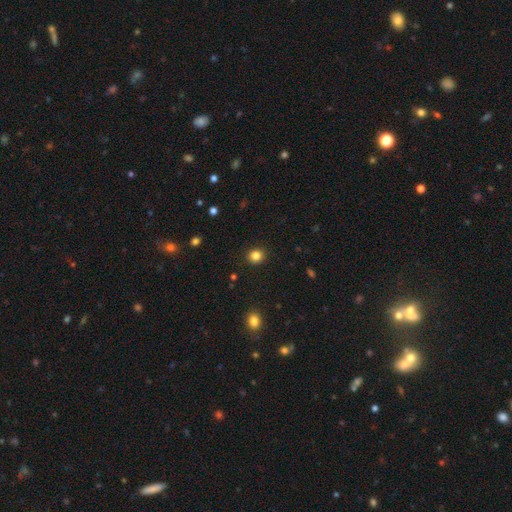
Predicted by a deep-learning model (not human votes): Overall: smooth (83%). How rounded: round (85%). Merging: none (92%).